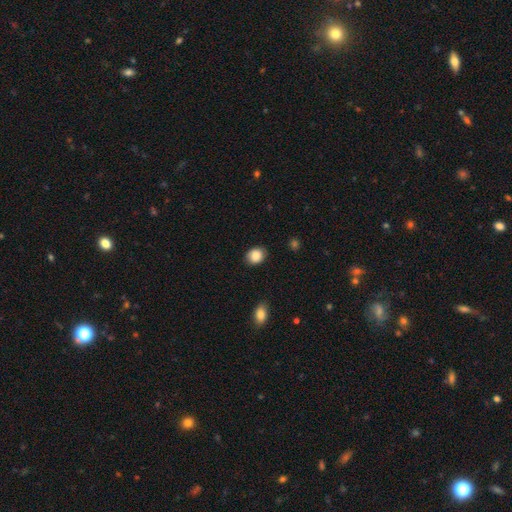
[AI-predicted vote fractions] Smooth or featured?
  - smooth: 86% *
  - star or artifact: 8%
  - featured or disk: 6%
How rounded?
  - round: 56% *
  - in between: 43%
  - cigar-shaped: 1%
Merging?
  - none: 84% *
  - minor disturbance: 12%
  - major disturbance: 3%
  - merger: 1%